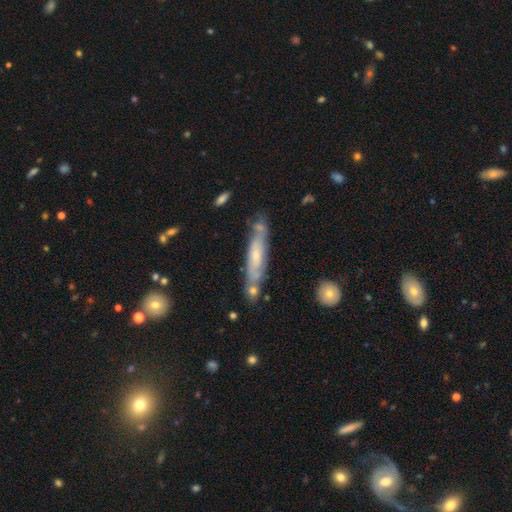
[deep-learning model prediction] Smooth or featured? Predicted: featured or disk (p=0.55). Edge-on disk? Predicted: yes (p=0.54). Merging? Predicted: none (p=0.65).